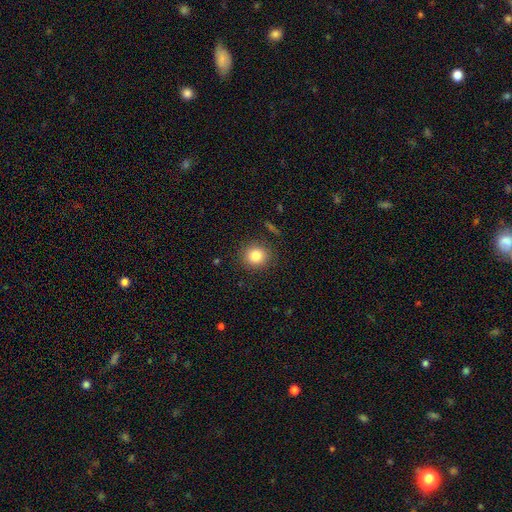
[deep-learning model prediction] Overall: smooth (83%). How rounded: round (90%). Merging: none (88%).